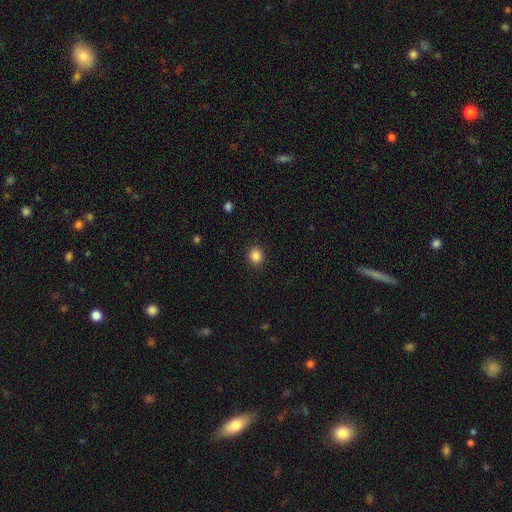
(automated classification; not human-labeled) The model was most divided on "how rounded": round: 72%, in between: 27%, cigar-shaped: 1%. More confident: merging — none (90%); smooth or featured — smooth (86%).